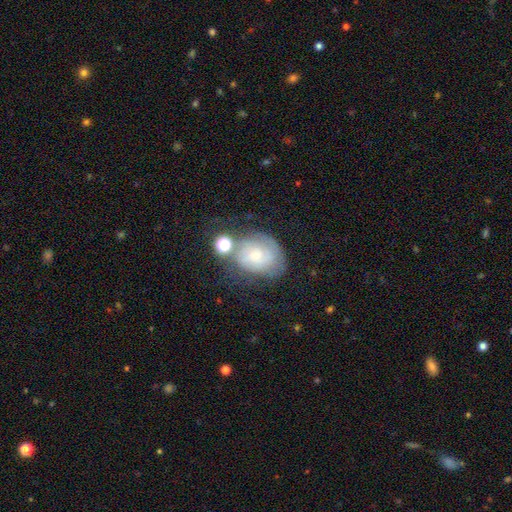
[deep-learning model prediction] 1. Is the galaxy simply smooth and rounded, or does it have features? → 50% featured or disk, 40% smooth, 10% star or artifact.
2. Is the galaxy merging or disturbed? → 44% none, 24% minor disturbance, 16% major disturbance, 16% merger.